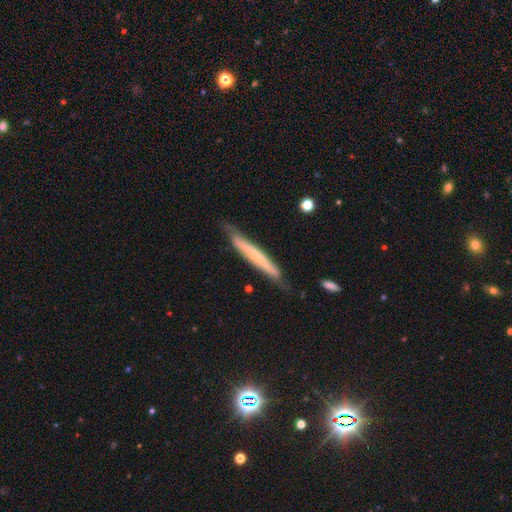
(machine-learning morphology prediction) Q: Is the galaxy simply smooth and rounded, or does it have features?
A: featured or disk — 59%.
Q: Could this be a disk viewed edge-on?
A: yes — 83%.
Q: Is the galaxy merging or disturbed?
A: none — 72%.